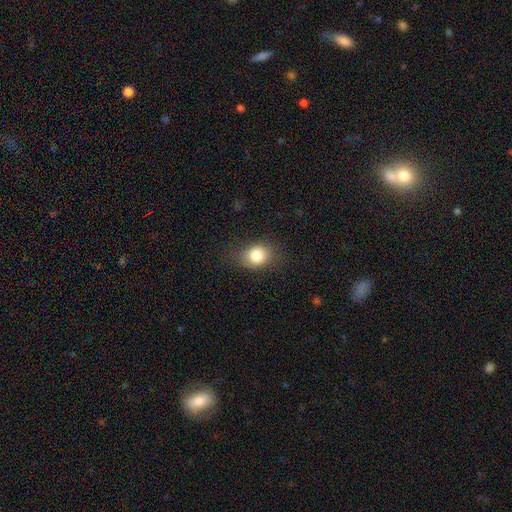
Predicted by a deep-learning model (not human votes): Smooth or featured? smooth (82%)
How rounded? in between (52%)
Merging? none (75%)